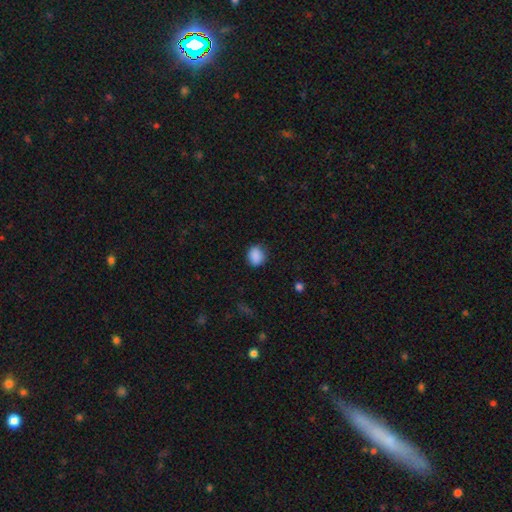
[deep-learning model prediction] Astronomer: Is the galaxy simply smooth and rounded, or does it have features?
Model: smooth — 89%.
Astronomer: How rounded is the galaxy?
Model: round — 61% (runner-up: in between, 38%).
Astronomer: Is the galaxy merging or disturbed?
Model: none — 83%.